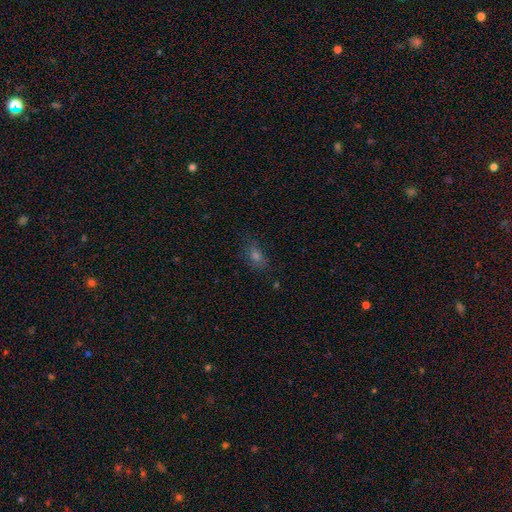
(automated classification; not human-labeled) Q: Smooth or featured?
A: smooth (61%); runner-up: star or artifact (27%)
Q: How rounded?
A: in between (70%); runner-up: round (27%)
Q: Merging?
A: none (79%); runner-up: minor disturbance (15%)